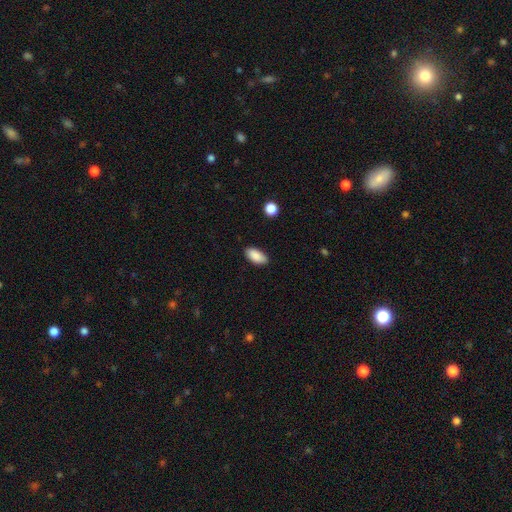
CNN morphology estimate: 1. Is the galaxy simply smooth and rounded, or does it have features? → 89% smooth, 7% star or artifact, 4% featured or disk.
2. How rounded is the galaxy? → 93% in between, 4% cigar-shaped, 3% round.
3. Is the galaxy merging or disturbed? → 85% none, 11% minor disturbance, 2% major disturbance, 1% merger.